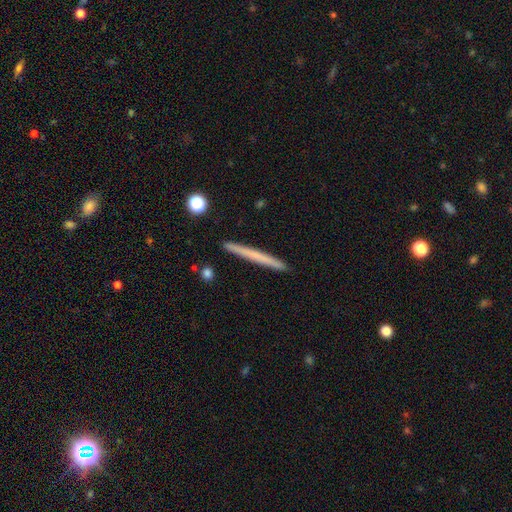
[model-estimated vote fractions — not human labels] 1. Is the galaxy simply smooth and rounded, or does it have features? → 57% smooth, 36% featured or disk, 6% star or artifact.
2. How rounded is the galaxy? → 97% cigar-shaped, 2% in between, 1% round.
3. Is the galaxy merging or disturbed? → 92% none, 5% minor disturbance, 1% merger, 1% major disturbance.